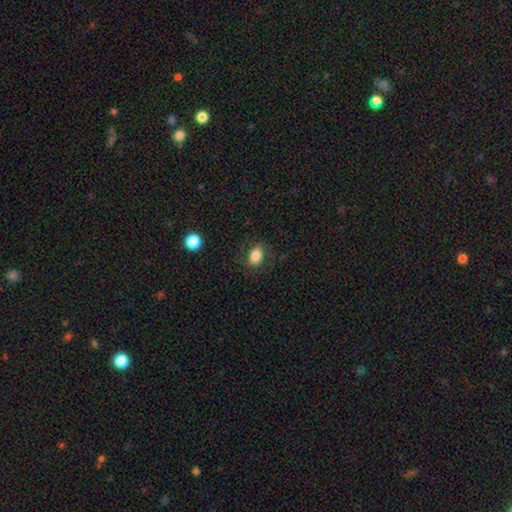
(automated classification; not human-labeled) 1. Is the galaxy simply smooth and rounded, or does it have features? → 82% smooth, 10% star or artifact, 8% featured or disk.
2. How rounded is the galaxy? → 70% in between, 29% round, 1% cigar-shaped.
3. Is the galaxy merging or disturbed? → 80% none, 13% minor disturbance, 6% major disturbance, 1% merger.